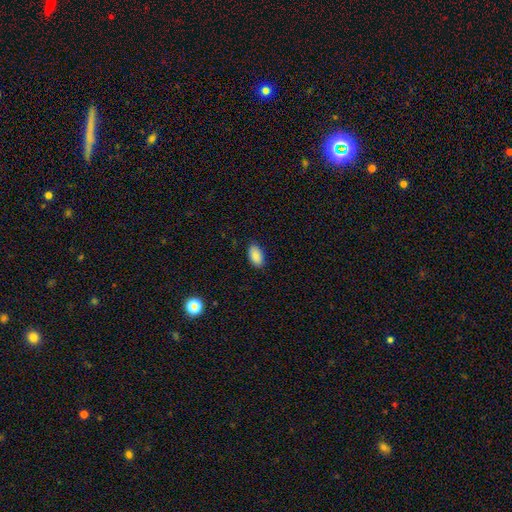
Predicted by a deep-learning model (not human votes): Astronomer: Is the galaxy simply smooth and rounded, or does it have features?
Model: smooth — 89%.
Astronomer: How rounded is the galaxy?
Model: in between — 94%.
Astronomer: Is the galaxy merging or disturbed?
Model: none — 86%.